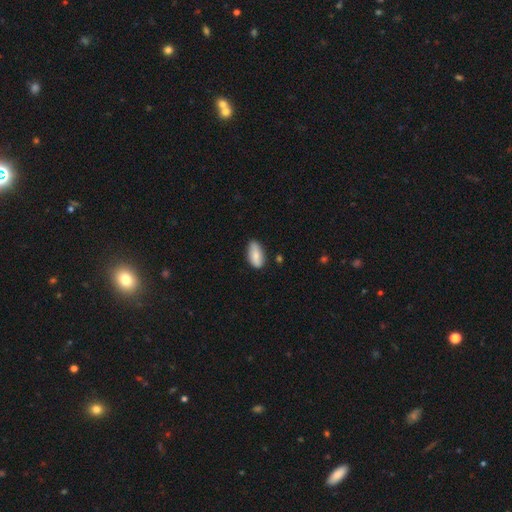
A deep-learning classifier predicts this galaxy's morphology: Smooth or featured: smooth — 79% (featured or disk — 14%)
How rounded: in between — 89% (cigar-shaped — 8%)
Merging: none — 78% (minor disturbance — 18%)